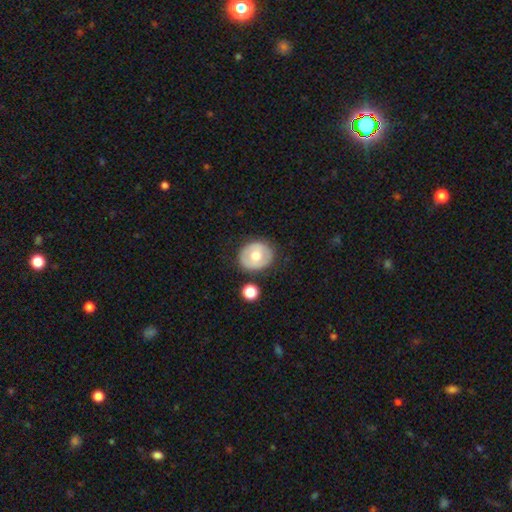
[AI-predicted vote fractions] Overall: smooth (58%; featured or disk 35%). How rounded: round (71%). Merging: none (82%).